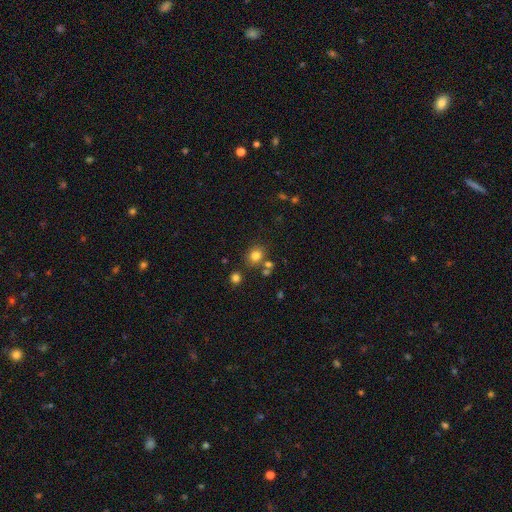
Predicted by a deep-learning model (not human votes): A smooth galaxy with no disk features (79%) that is round (75%). Merging: none (75%).